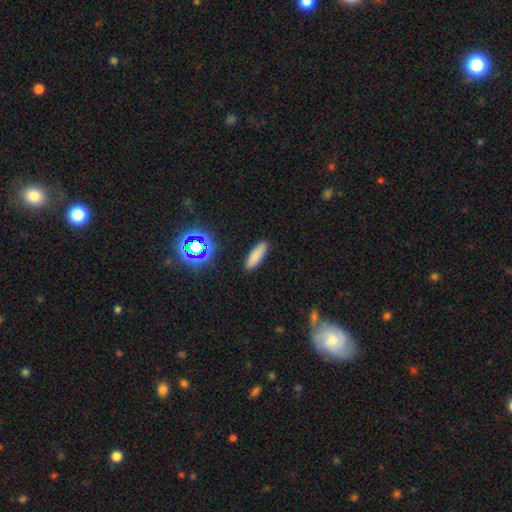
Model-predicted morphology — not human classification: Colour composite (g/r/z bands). It shows a smooth galaxy with no disk features (80%) that is cigar-shaped (51%). Merging: none (89%).